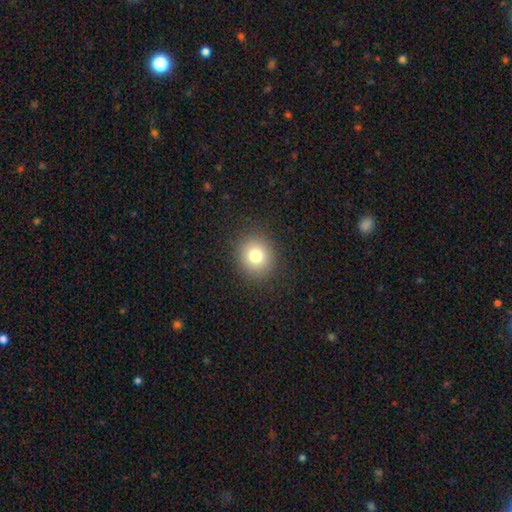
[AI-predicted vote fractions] smooth 78%, star or artifact 13%, featured or disk 9%. Down the decision tree: how rounded — round (85%); merging — none (90%).